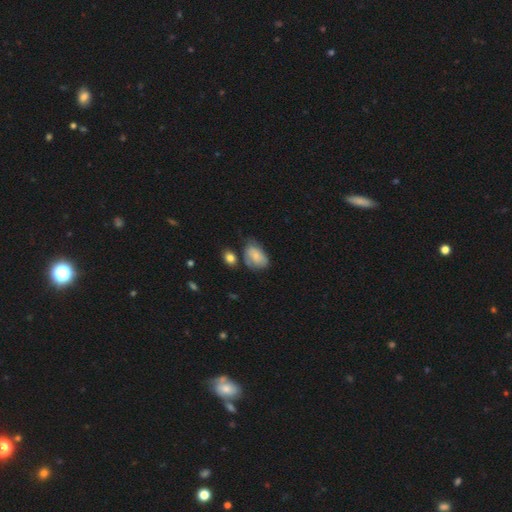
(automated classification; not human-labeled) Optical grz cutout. It shows a smooth galaxy with no disk features (67%) that is in between round and cigar-shaped (84%). Merging: none (40%).